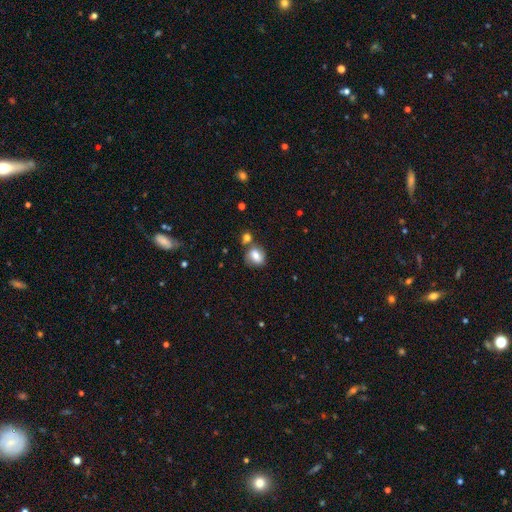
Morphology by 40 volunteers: This appears to be a smooth galaxy with no disk features (70%) that is round (54%). Merging: none (72%).